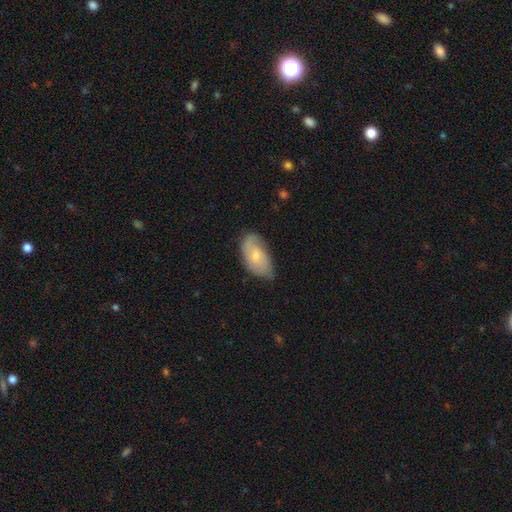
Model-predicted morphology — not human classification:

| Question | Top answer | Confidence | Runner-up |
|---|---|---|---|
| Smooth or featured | smooth | 50% | featured or disk (43%) |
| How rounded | in between | 92% | round (5%) |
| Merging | none | 59% | minor disturbance (32%) |